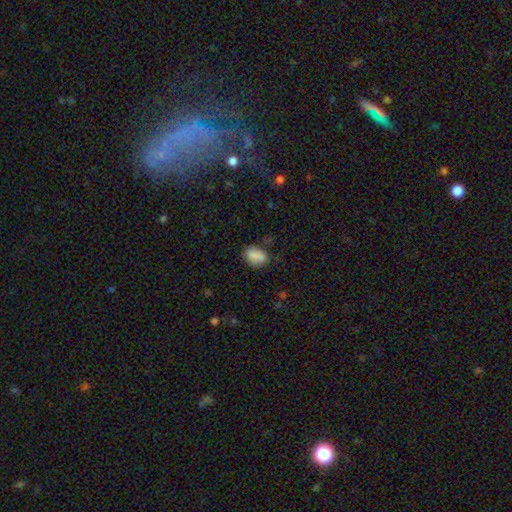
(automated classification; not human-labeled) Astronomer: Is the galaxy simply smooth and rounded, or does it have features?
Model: smooth — 83%.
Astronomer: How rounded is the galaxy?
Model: in between — 77%.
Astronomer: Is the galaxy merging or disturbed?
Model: none — 67%.